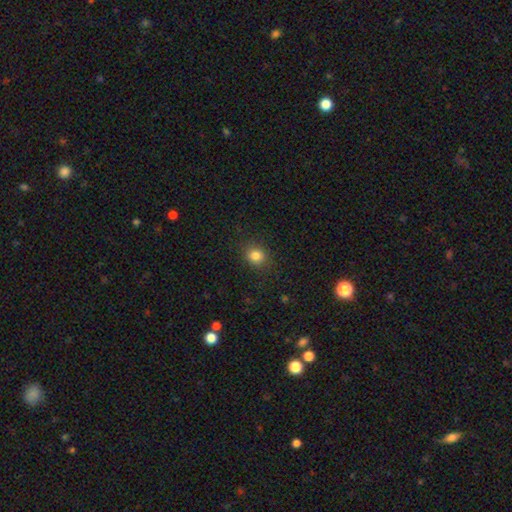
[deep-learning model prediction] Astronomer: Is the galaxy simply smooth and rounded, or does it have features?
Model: smooth — 83%.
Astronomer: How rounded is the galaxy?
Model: round — 77%.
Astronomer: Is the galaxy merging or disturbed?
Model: none — 87%.